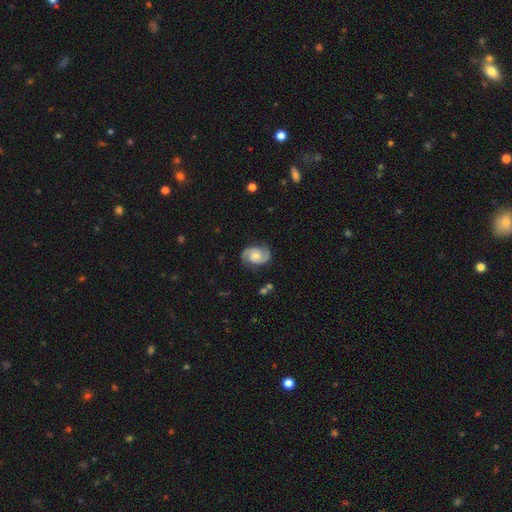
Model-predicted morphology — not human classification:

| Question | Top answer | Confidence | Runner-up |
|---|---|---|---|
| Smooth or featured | featured or disk | 84% | smooth (10%) |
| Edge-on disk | no | 98% | yes (2%) |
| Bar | no | 63% | weak (31%) |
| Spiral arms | yes | 97% | no (3%) |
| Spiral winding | medium | 52% | tight (33%) |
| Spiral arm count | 2 | 93% | can't tell (3%) |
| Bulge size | moderate | 42% | small (33%) |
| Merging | none | 82% | minor disturbance (13%) |